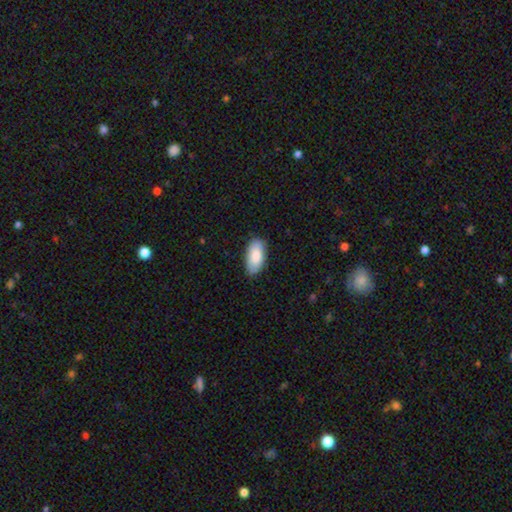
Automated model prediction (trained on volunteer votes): smooth-or-featured: smooth: 85% | featured or disk: 10% | star or artifact: 5%
  how-rounded: in between: 94% | cigar-shaped: 4% | round: 2%
  merging: none: 83% | minor disturbance: 14% | major disturbance: 2% | merger: 1%